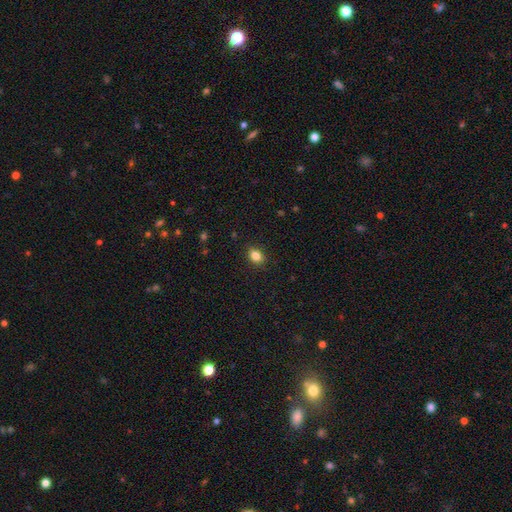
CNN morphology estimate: Overall: smooth (84%). How rounded: in between (67%; round 32%). Merging: none (88%).